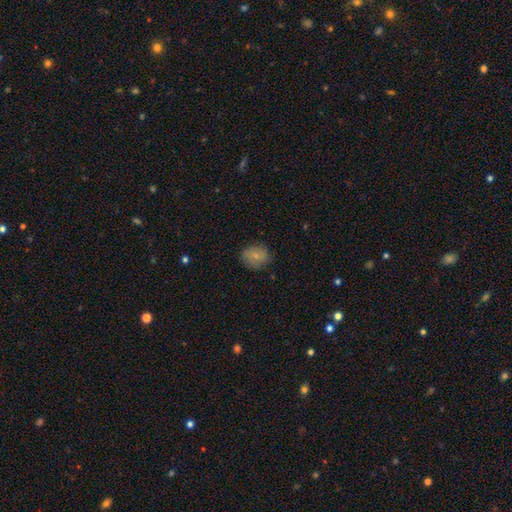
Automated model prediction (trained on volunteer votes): A smooth galaxy with no disk features (69%) that is round (57%).

Vote fractions:
- Smooth or featured? smooth: 69% / featured or disk: 22% / star or artifact: 9%
- How rounded? round: 57% / in between: 41% / cigar-shaped: 1%
- Merging? none: 80% / minor disturbance: 15% / major disturbance: 4% / merger: 1%